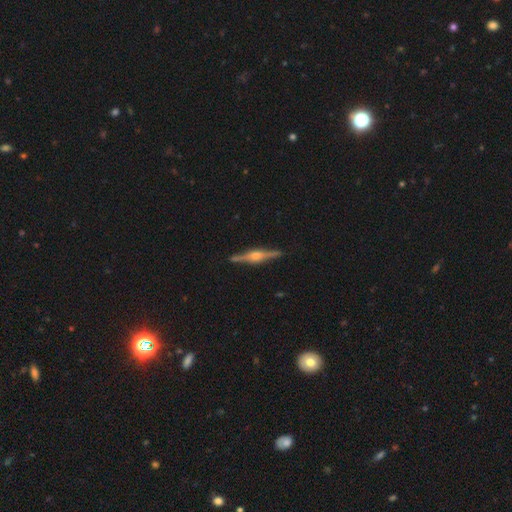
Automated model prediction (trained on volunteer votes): Morphology: type=featured or disk (85%); edge-on=yes (98%); edge-on bulge=rounded (87%); merging=none (90%).